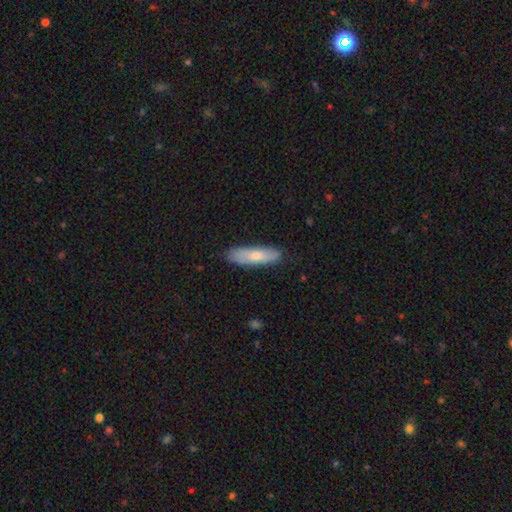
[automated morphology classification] type=smooth (69%); roundness=cigar-shaped (58%); merging=none (82%).